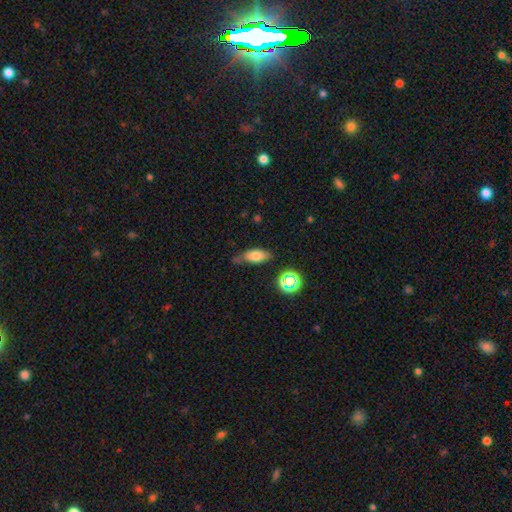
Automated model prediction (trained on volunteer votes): smooth-or-featured: smooth: 70% | featured or disk: 18% | star or artifact: 12%
  how-rounded: in between: 75% | cigar-shaped: 19% | round: 6%
  merging: none: 60% | minor disturbance: 27% | major disturbance: 7% | merger: 7%